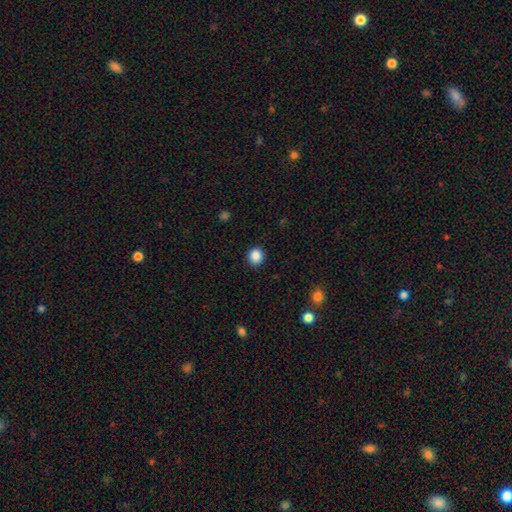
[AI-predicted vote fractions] Q: Smooth or featured?
A: smooth (87%); runner-up: star or artifact (10%)
Q: How rounded?
A: round (85%); runner-up: in between (14%)
Q: Merging?
A: none (90%); runner-up: minor disturbance (7%)